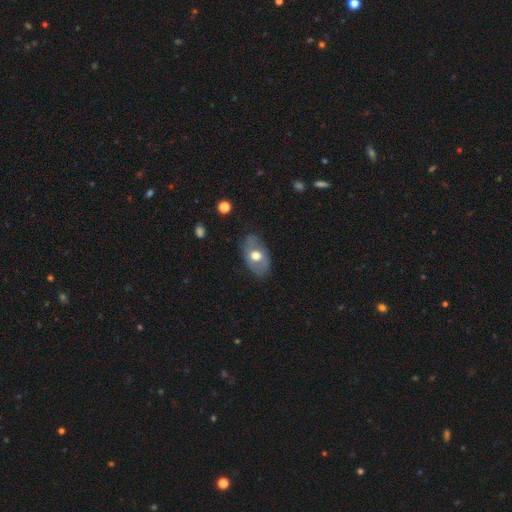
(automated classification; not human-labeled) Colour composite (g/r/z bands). It shows a smooth galaxy with no disk features (51%) that is in between round and cigar-shaped (86%). Merging: none (77%).